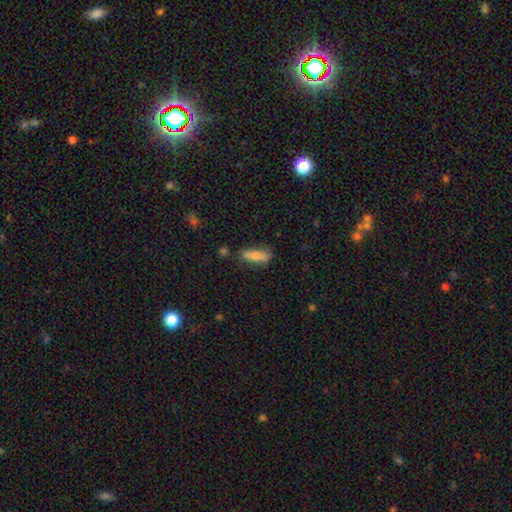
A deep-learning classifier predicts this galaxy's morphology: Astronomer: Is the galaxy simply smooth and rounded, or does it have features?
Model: smooth — 71%.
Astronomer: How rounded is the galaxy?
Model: cigar-shaped — 51% (runner-up: in between, 46%).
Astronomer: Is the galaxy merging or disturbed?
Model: none — 72%.